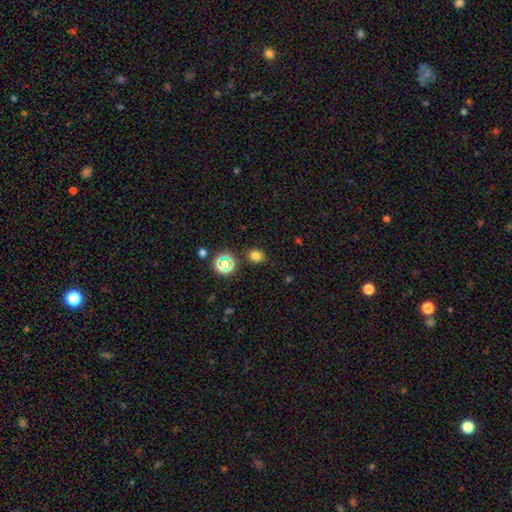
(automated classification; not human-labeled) A smooth galaxy with no disk features (74%) that is round (69%).

Vote fractions:
- Smooth or featured? smooth: 74% / star or artifact: 20% / featured or disk: 6%
- How rounded? round: 69% / in between: 30% / cigar-shaped: 1%
- Merging? none: 83% / minor disturbance: 10% / merger: 3% / major disturbance: 3%